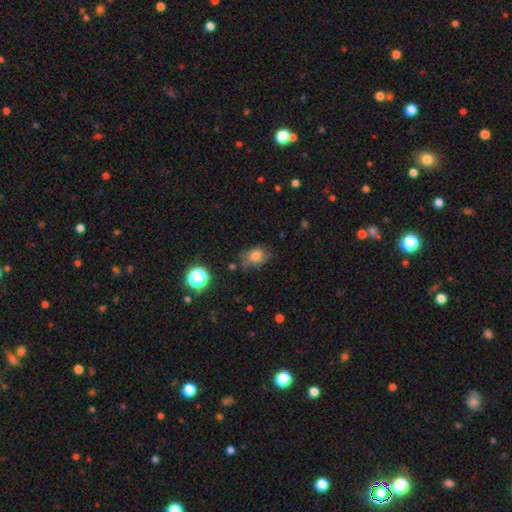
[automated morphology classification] Smooth or featured? Predicted: smooth (p=0.63). How rounded? Predicted: in between (p=0.61). Merging? Predicted: none (p=0.53).